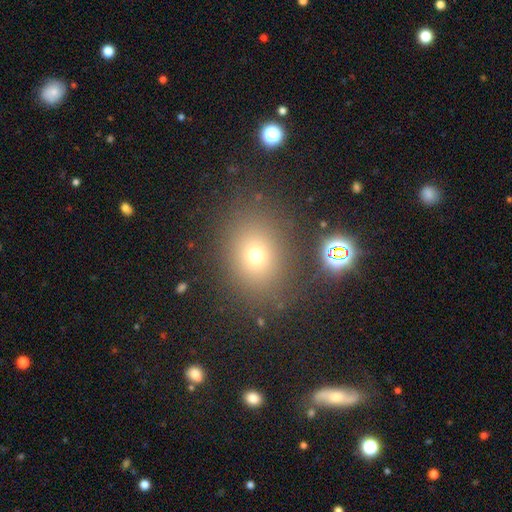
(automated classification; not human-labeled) Smooth or featured?
  - smooth: 66% *
  - star or artifact: 21%
  - featured or disk: 12%
How rounded?
  - in between: 51% *
  - round: 48%
  - cigar-shaped: 1%
Merging?
  - none: 81% *
  - minor disturbance: 10%
  - major disturbance: 5%
  - merger: 3%